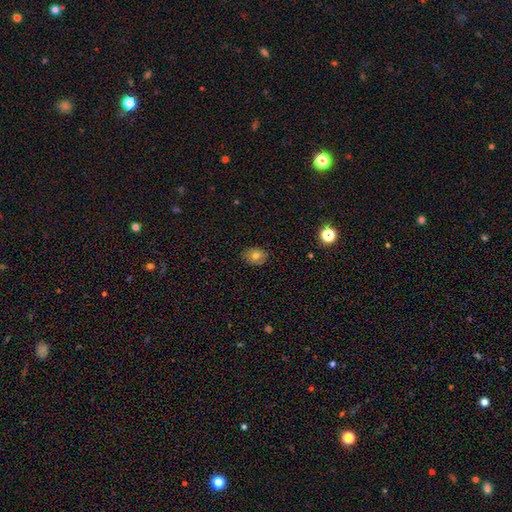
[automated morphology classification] Smooth or featured?
  - smooth: 70% *
  - featured or disk: 20%
  - star or artifact: 10%
How rounded?
  - in between: 62% *
  - round: 37%
  - cigar-shaped: 1%
Merging?
  - none: 84% *
  - minor disturbance: 12%
  - major disturbance: 2%
  - merger: 1%